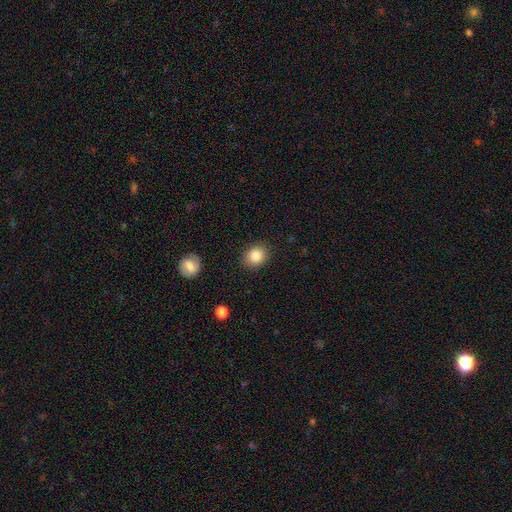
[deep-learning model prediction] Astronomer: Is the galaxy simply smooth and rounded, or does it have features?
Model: smooth — 84%.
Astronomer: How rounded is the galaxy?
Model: round — 59% (runner-up: in between, 40%).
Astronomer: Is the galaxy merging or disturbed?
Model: none — 87%.